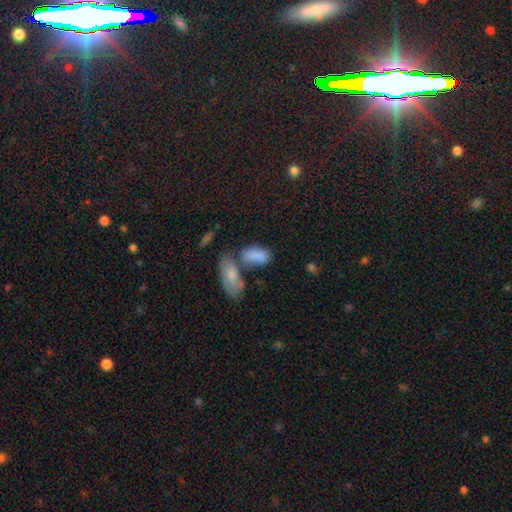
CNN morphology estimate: Smooth or featured: smooth — 80% (featured or disk — 12%)
How rounded: in between — 90% (cigar-shaped — 6%)
Merging: none — 39% (merger — 32%)